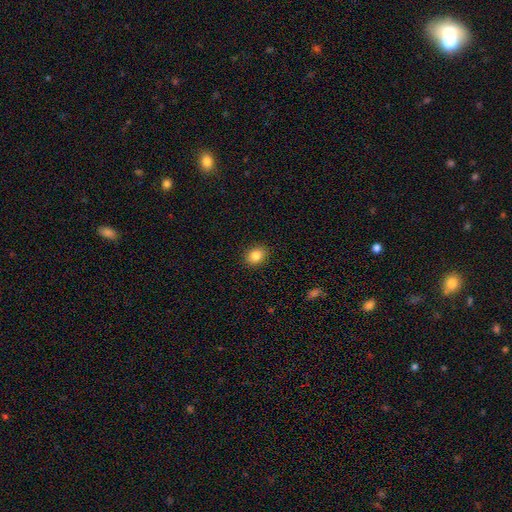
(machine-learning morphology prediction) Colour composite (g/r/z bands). It shows a smooth galaxy with no disk features (85%) that is round (55%). Merging: none (89%).